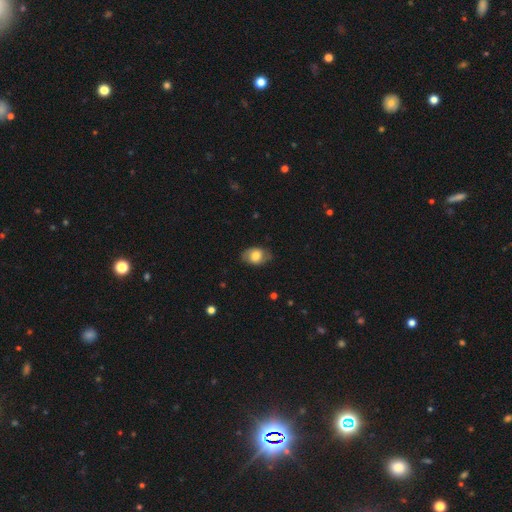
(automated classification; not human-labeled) Morphology: type=smooth (69%); roundness=in between (80%); merging=none (75%).